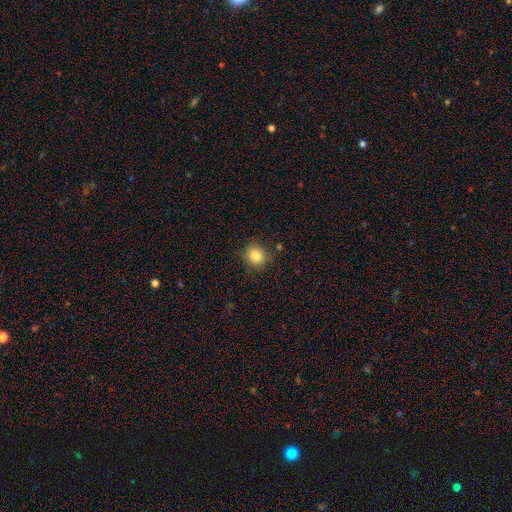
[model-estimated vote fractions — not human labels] The model was most divided on "how rounded": round: 75%, in between: 24%, cigar-shaped: 1%. More confident: smooth or featured — smooth (84%); merging — none (81%).